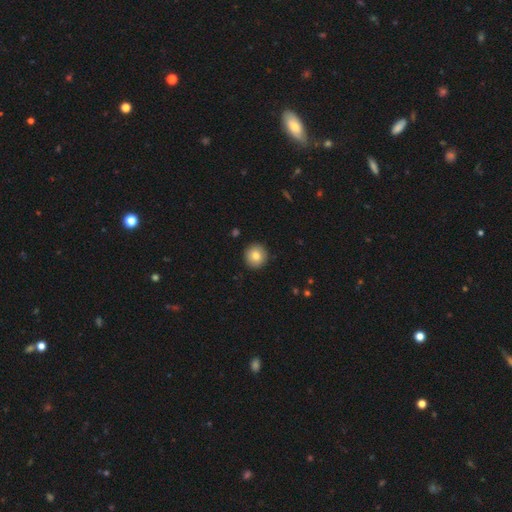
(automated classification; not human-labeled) Smooth or featured? smooth (82%)
How rounded? round (92%)
Merging? none (92%)